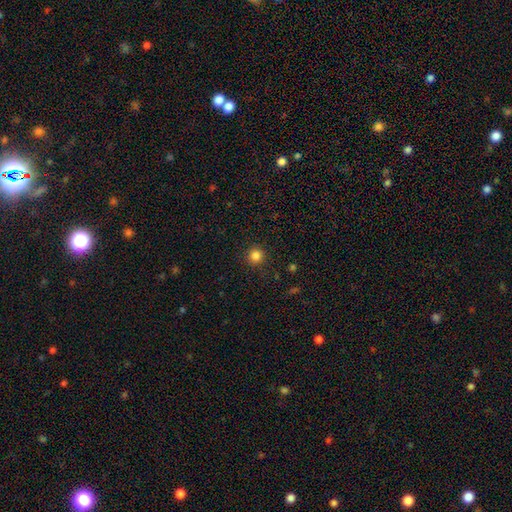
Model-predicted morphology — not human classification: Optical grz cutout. It shows a smooth galaxy with no disk features (84%) that is round (94%). Merging: none (92%).